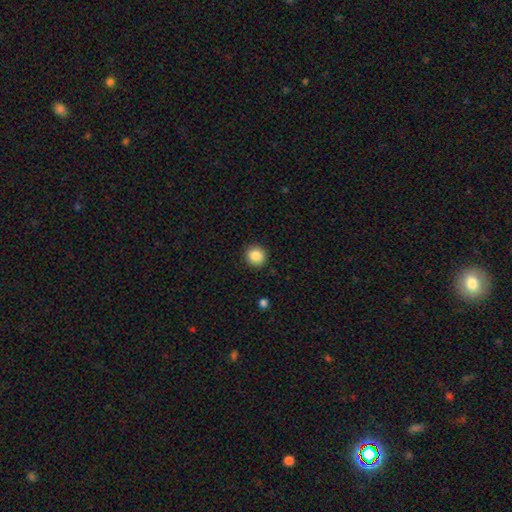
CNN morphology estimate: This appears to be a smooth galaxy with no disk features (87%) that is round (93%). Merging: none (91%).